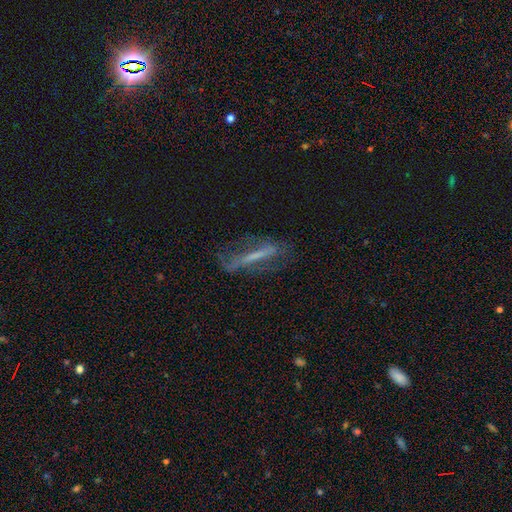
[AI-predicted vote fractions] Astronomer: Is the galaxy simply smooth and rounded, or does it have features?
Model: featured or disk — 60%.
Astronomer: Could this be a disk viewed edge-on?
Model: no — 54% (runner-up: yes, 46%).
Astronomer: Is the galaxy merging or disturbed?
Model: none — 61%.